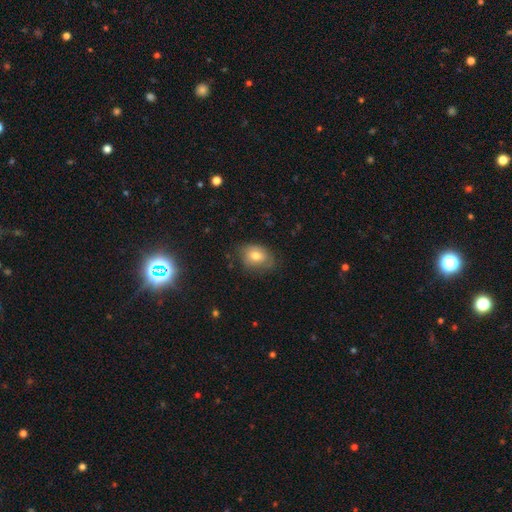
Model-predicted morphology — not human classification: This appears to be a smooth galaxy with no disk features (71%) that is in between round and cigar-shaped (69%). Merging: none (65%).